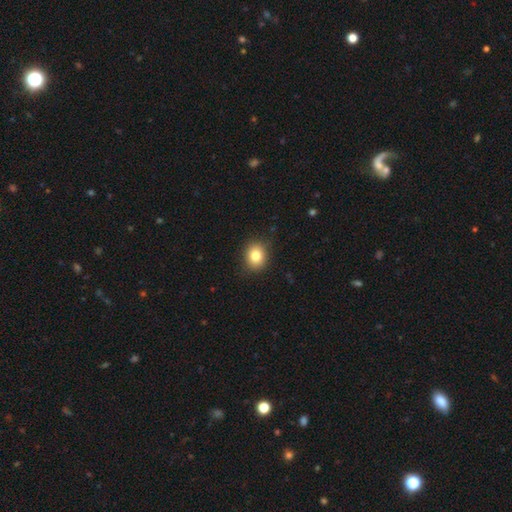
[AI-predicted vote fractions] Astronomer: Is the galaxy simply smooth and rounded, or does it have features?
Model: smooth — 82%.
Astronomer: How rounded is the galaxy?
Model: round — 63%.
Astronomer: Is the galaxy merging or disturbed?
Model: none — 88%.